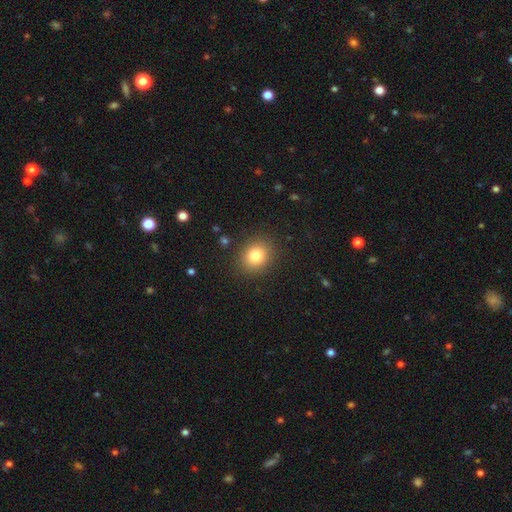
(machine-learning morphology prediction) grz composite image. It shows a smooth galaxy with no disk features (81%) that is round (72%). Merging: none (88%).